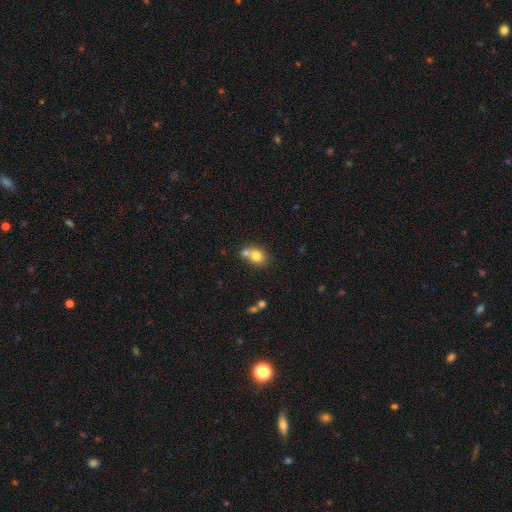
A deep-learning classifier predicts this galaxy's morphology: type=smooth (77%); roundness=round (64%); merging=merger (45%).